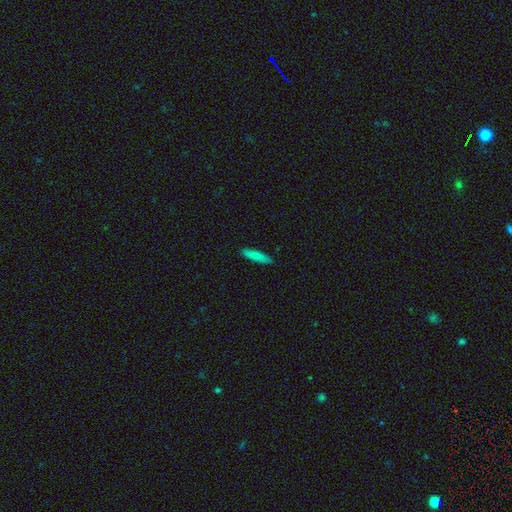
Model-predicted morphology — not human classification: smooth-or-featured: smooth: 80% | featured or disk: 14% | star or artifact: 6%
  how-rounded: cigar-shaped: 79% | in between: 19% | round: 2%
  merging: none: 88% | minor disturbance: 9% | major disturbance: 2% | merger: 1%